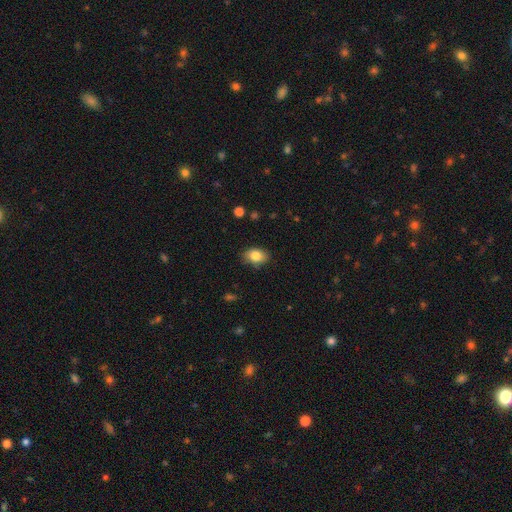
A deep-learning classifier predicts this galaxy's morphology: Smooth or featured?
  - smooth: 83% *
  - star or artifact: 8%
  - featured or disk: 8%
How rounded?
  - in between: 79% *
  - round: 20%
  - cigar-shaped: 1%
Merging?
  - none: 81% *
  - minor disturbance: 15%
  - major disturbance: 3%
  - merger: 1%